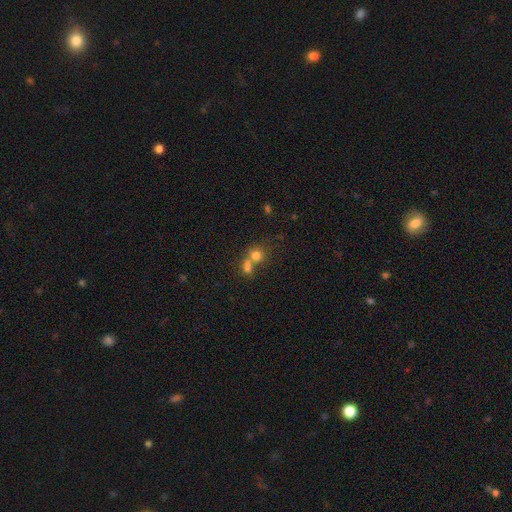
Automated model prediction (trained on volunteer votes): Smooth or featured? Predicted: smooth (p=0.74). How rounded? Predicted: round (p=0.77). Merging? Predicted: merger (p=0.50).